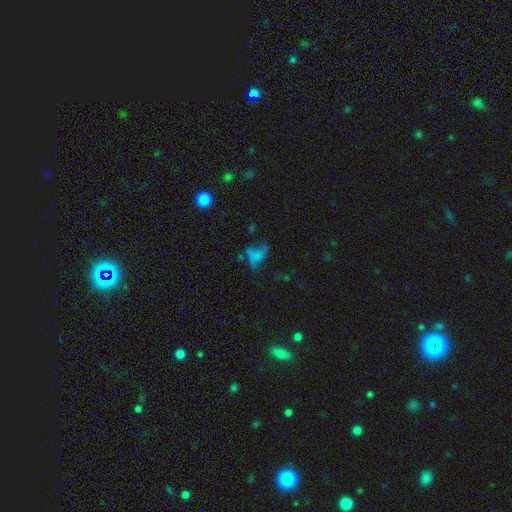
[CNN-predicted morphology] Smooth or featured?
  - smooth: 48% *
  - featured or disk: 31%
  - star or artifact: 21%
Merging?
  - major disturbance: 37% *
  - none: 32%
  - minor disturbance: 21%
  - merger: 10%